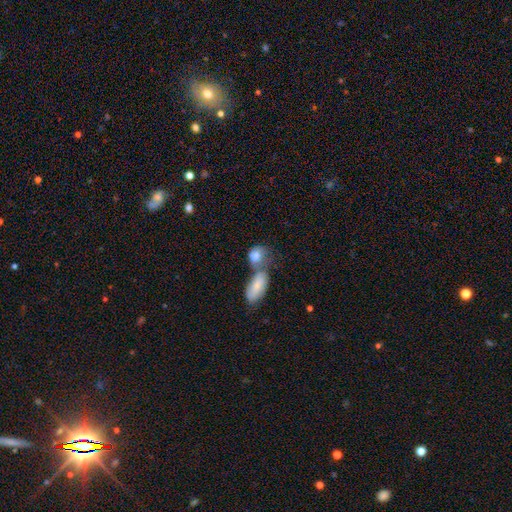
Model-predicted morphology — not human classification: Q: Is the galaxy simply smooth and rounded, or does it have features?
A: smooth — 76%.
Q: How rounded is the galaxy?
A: in between — 65%.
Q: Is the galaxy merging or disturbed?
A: merger — 61%.